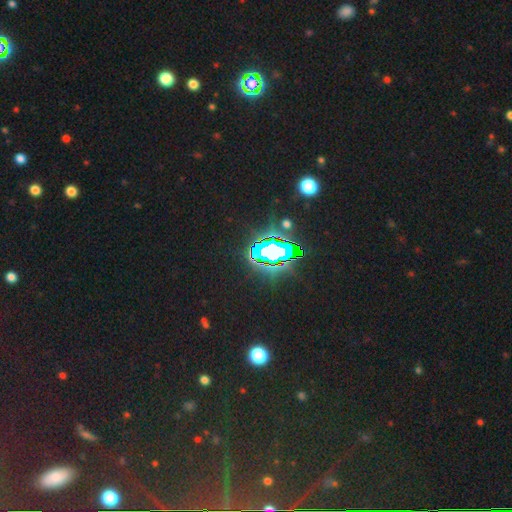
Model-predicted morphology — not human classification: Smooth or featured? Predicted: star or artifact (p=0.74).